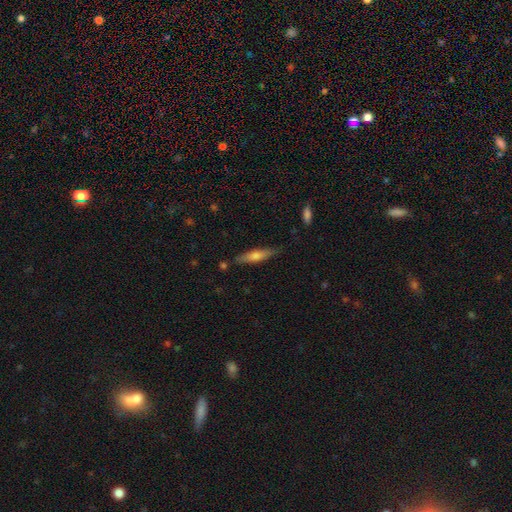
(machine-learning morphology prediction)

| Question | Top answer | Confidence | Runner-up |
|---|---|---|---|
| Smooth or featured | smooth | 50% | featured or disk (44%) |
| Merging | none | 83% | minor disturbance (12%) |